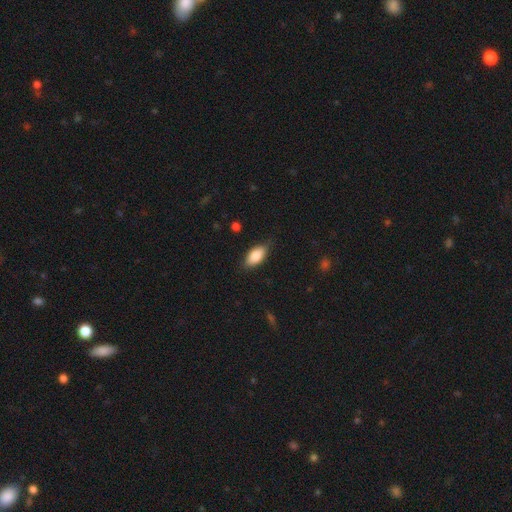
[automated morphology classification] Overall: smooth (82%). How rounded: in between (89%). Merging: none (79%).